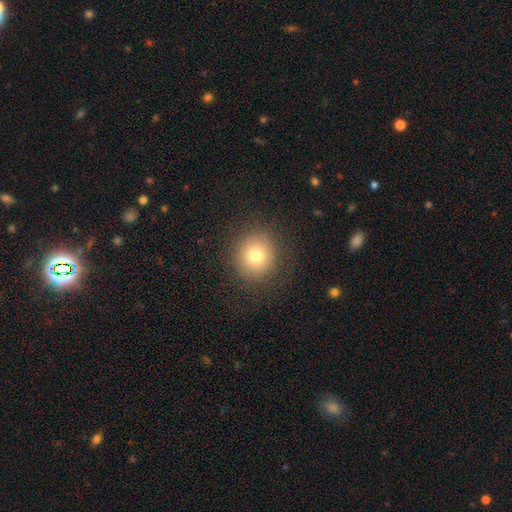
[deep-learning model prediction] The model was most divided on "smooth or featured": smooth: 76%, star or artifact: 13%, featured or disk: 11%. More confident: how rounded — round (91%); merging — none (88%).